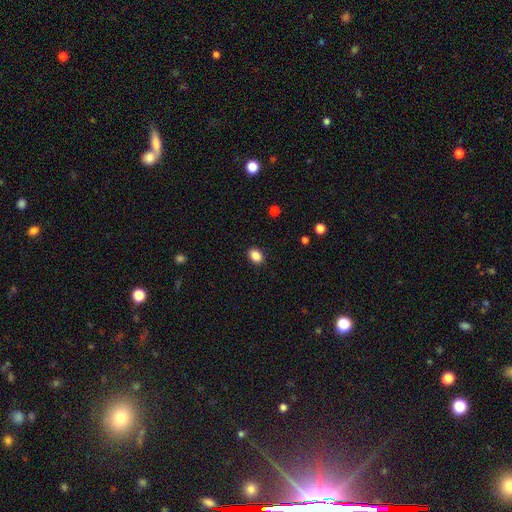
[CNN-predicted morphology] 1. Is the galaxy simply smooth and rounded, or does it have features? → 87% smooth, 9% star or artifact, 4% featured or disk.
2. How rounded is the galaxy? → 62% in between, 37% round, 1% cigar-shaped.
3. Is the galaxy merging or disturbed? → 90% none, 7% minor disturbance, 2% major disturbance, 1% merger.